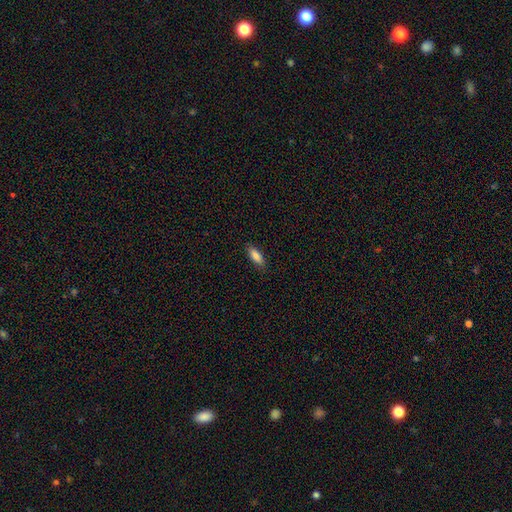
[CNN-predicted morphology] Overall: smooth (85%). How rounded: in between (65%; cigar-shaped 33%). Merging: none (86%).